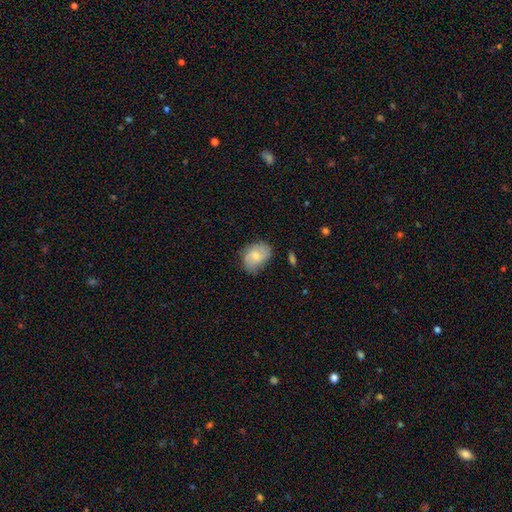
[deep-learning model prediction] The model was most divided on "smooth or featured": smooth: 61%, featured or disk: 32%, star or artifact: 7%. More confident: how rounded — in between (70%); merging — none (64%).